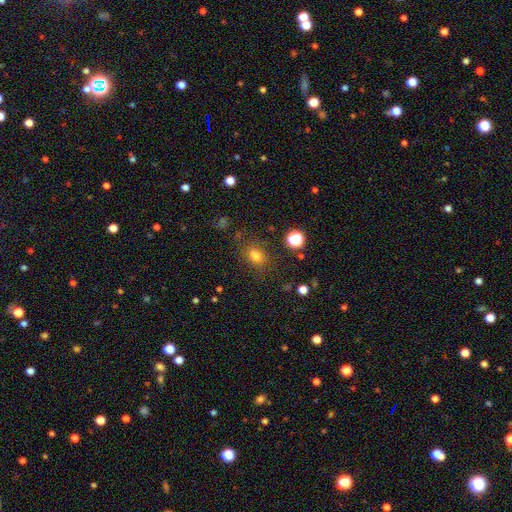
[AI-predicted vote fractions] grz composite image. It shows a smooth galaxy with no disk features (73%) that is in between round and cigar-shaped (63%). Merging: none (73%).